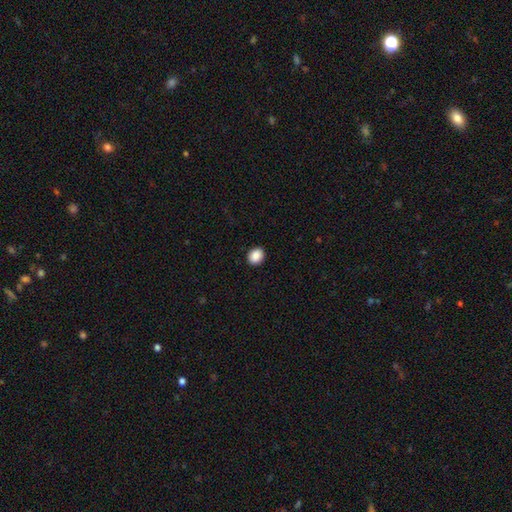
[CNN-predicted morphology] A smooth galaxy with no disk features (89%) that is round (62%). Merging: none (91%).